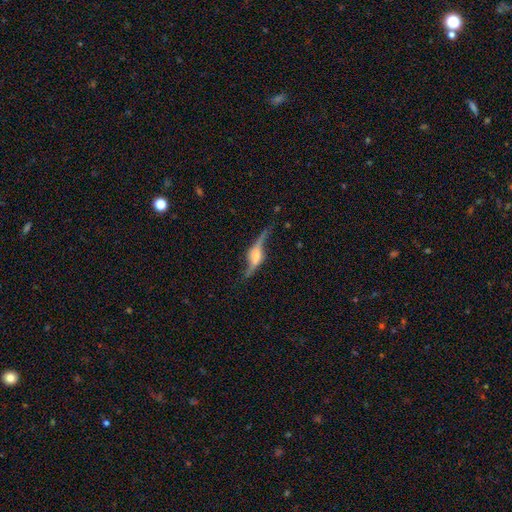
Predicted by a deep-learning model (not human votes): Q: Smooth or featured?
A: featured or disk (83%); runner-up: smooth (11%)
Q: Edge-on disk?
A: yes (52%); runner-up: no (48%)
Q: Merging?
A: none (67%); runner-up: minor disturbance (19%)